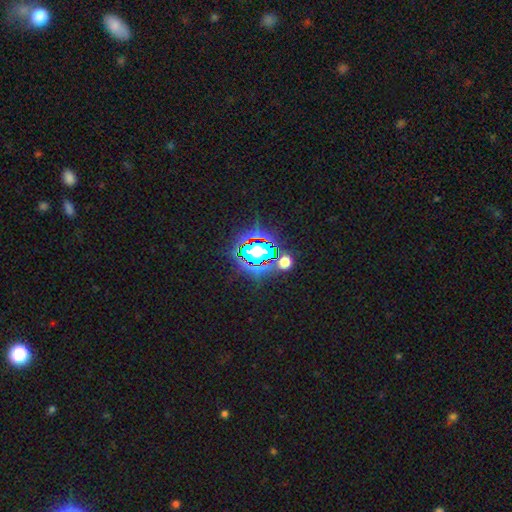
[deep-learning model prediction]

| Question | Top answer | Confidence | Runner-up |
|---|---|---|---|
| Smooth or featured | star or artifact | 66% | smooth (21%) |